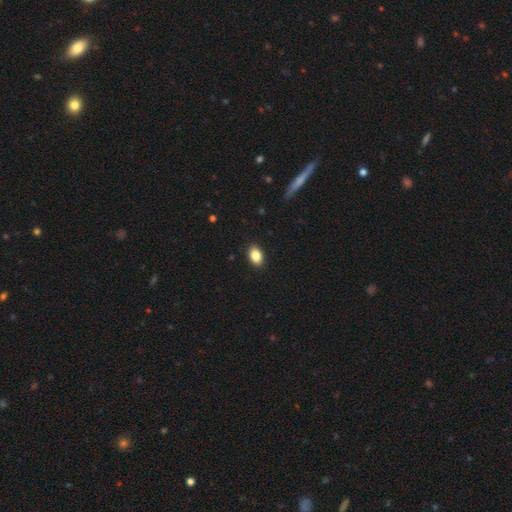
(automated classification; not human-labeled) A smooth galaxy with no disk features (85%) that is in between round and cigar-shaped (86%).

Vote fractions:
- Smooth or featured? smooth: 85% / star or artifact: 8% / featured or disk: 6%
- How rounded? in between: 86% / round: 12% / cigar-shaped: 1%
- Merging? none: 90% / minor disturbance: 7% / major disturbance: 2% / merger: 1%